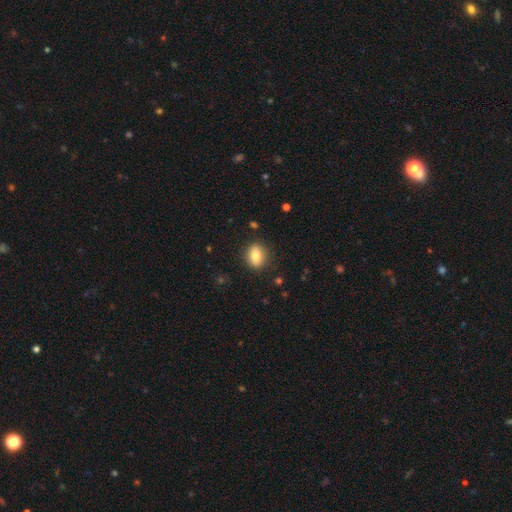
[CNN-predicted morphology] Smooth or featured?
  - smooth: 77% *
  - featured or disk: 15%
  - star or artifact: 8%
How rounded?
  - in between: 62% *
  - round: 36%
  - cigar-shaped: 2%
Merging?
  - none: 85% *
  - minor disturbance: 11%
  - major disturbance: 3%
  - merger: 1%